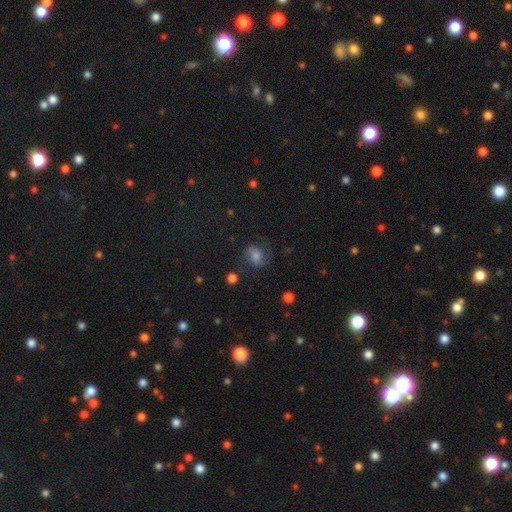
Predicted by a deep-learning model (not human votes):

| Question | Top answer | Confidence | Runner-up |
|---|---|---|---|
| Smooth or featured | featured or disk | 53% | smooth (30%) |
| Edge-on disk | no | 97% | yes (3%) |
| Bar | no | 50% | weak (40%) |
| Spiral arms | yes | 91% | no (9%) |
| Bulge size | moderate | 46% | small (28%) |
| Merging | none | 68% | minor disturbance (18%) |